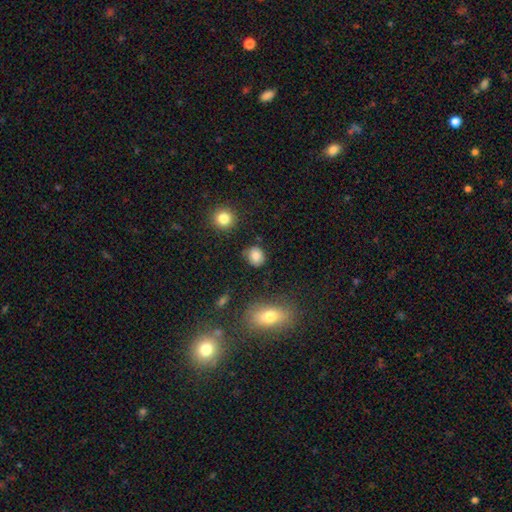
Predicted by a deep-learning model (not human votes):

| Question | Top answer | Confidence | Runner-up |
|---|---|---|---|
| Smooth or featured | smooth | 82% | star or artifact (11%) |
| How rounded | round | 70% | in between (29%) |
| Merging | none | 77% | minor disturbance (16%) |